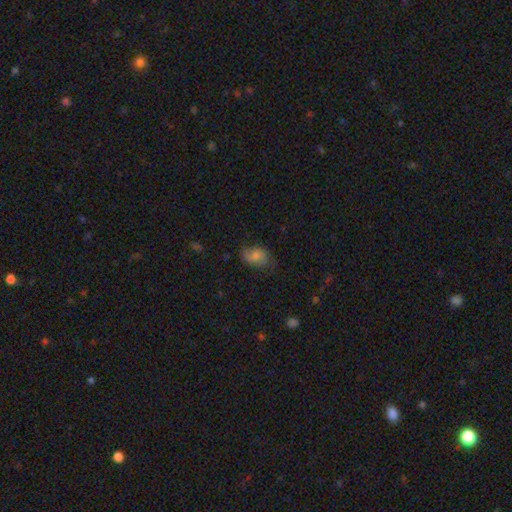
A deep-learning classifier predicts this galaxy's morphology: Smooth or featured?
  - smooth: 52% *
  - featured or disk: 38%
  - star or artifact: 10%
How rounded?
  - in between: 77% *
  - round: 21%
  - cigar-shaped: 2%
Merging?
  - none: 66% *
  - minor disturbance: 25%
  - major disturbance: 8%
  - merger: 1%